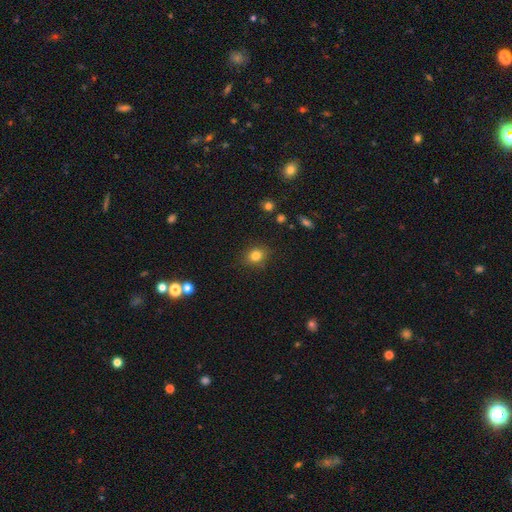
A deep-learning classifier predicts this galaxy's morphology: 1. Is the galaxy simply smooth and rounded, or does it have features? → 82% smooth, 12% star or artifact, 7% featured or disk.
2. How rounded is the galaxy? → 61% round, 38% in between, 1% cigar-shaped.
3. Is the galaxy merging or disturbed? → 84% none, 12% minor disturbance, 3% major disturbance, 1% merger.